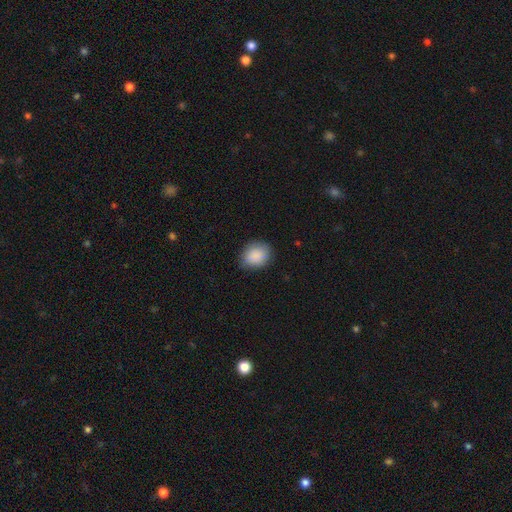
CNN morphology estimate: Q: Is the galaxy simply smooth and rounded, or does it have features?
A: smooth — 89%.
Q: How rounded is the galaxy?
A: round — 51%.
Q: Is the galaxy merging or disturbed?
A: none — 80%.